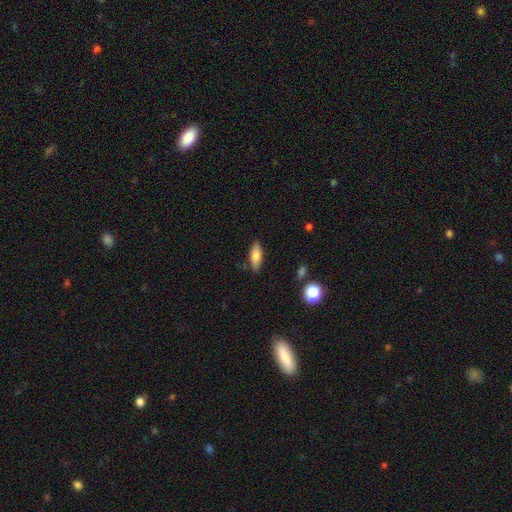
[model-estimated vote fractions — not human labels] Smooth or featured? smooth (75%)
How rounded? in between (70%)
Merging? none (84%)